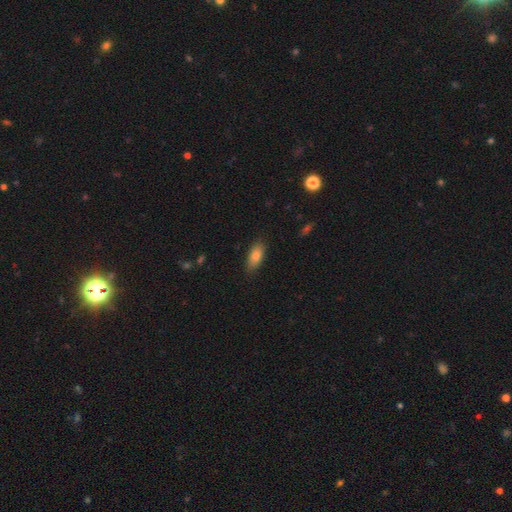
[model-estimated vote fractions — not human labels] smooth-or-featured: smooth: 83% | featured or disk: 10% | star or artifact: 7%
  how-rounded: in between: 82% | cigar-shaped: 15% | round: 3%
  merging: none: 83% | minor disturbance: 13% | major disturbance: 3% | merger: 1%